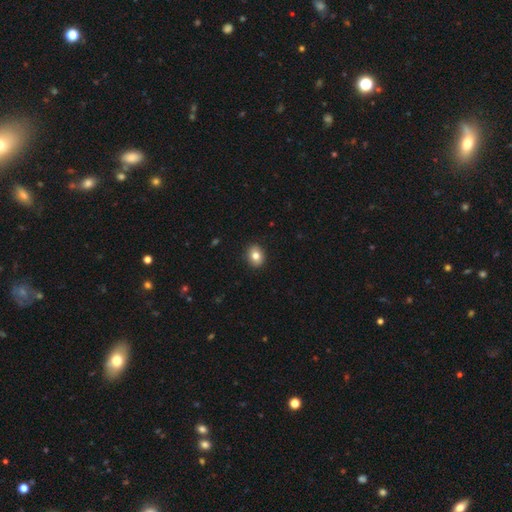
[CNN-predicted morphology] The model was most divided on "how rounded": in between: 50%, round: 49%, cigar-shaped: 1%. More confident: merging — none (90%); smooth or featured — smooth (81%).